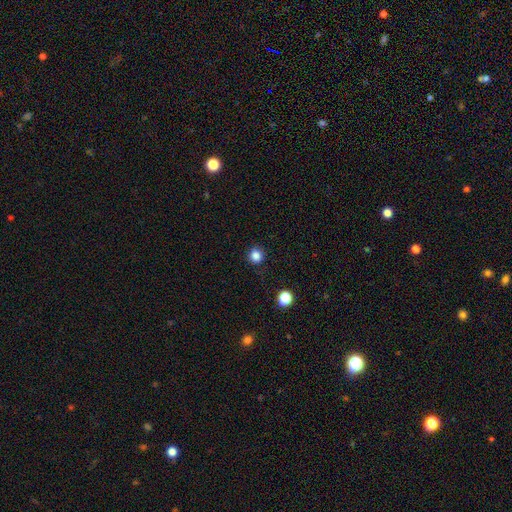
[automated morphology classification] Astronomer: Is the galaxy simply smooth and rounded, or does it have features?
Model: smooth — 83%.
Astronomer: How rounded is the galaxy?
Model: round — 92%.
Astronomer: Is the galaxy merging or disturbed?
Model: none — 89%.